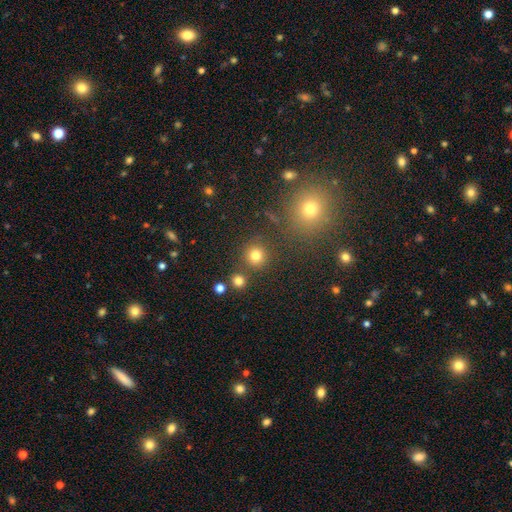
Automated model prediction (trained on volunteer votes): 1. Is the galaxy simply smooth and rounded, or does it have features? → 78% smooth, 16% star or artifact, 6% featured or disk.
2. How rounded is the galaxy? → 93% round, 6% in between, 1% cigar-shaped.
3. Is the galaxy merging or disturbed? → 83% none, 7% merger, 7% minor disturbance, 3% major disturbance.